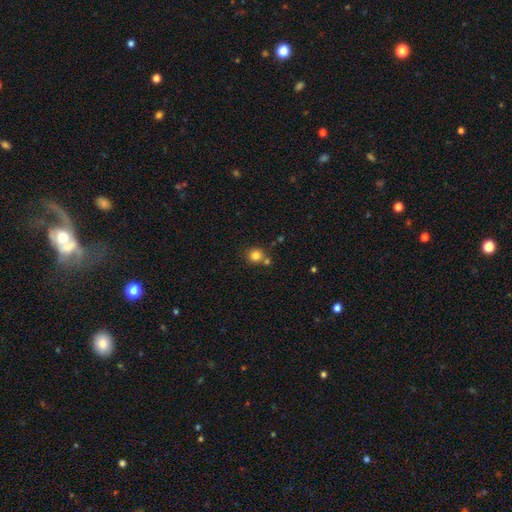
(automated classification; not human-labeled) The model was most divided on "merging": none: 70%, merger: 19%, minor disturbance: 9%, major disturbance: 3%. More confident: how rounded — round (90%); smooth or featured — smooth (82%).